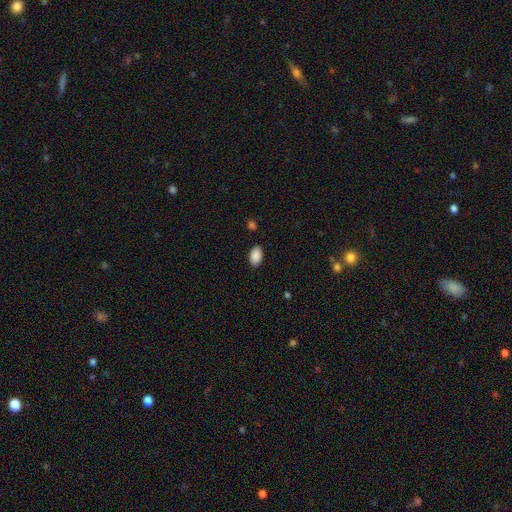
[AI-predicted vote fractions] Morphology: type=smooth (90%); roundness=in between (92%); merging=none (87%).